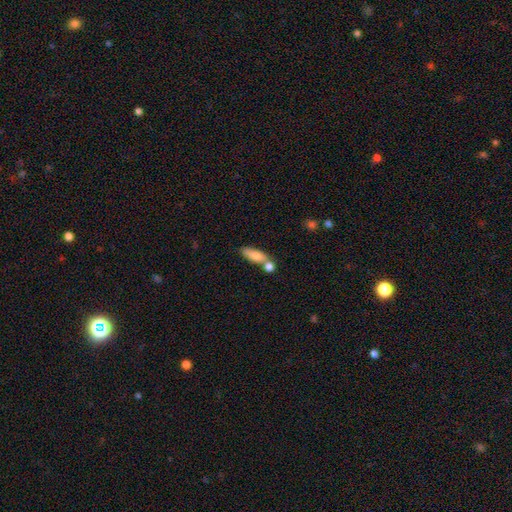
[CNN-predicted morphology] Smooth or featured? smooth (76%)
How rounded? in between (57%)
Merging? none (48%)